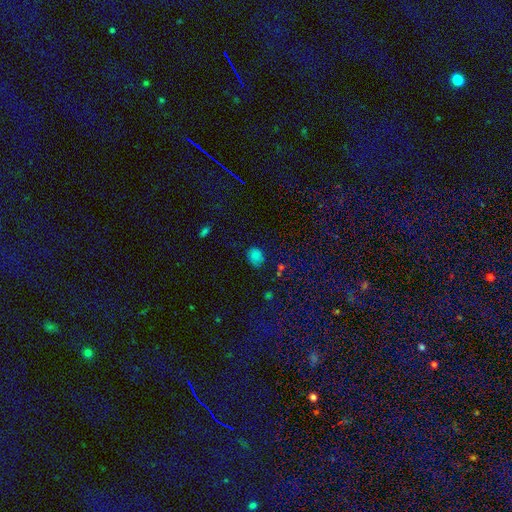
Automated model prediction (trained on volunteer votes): Overall: smooth (78%). How rounded: in between (52%; round 47%). Merging: none (70%).